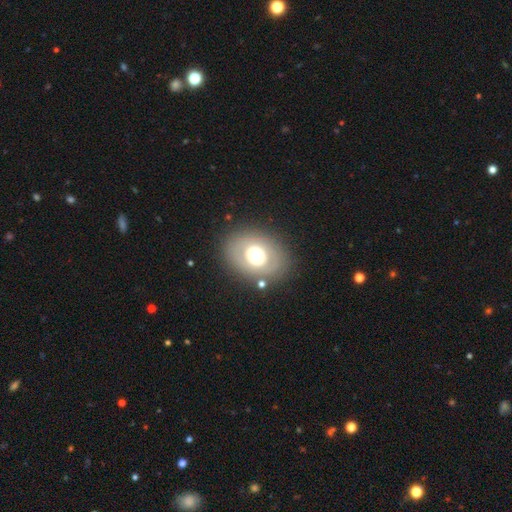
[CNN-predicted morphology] This appears to be a smooth galaxy with no disk features (52%) that is in between round and cigar-shaped (55%). Merging: none (82%).